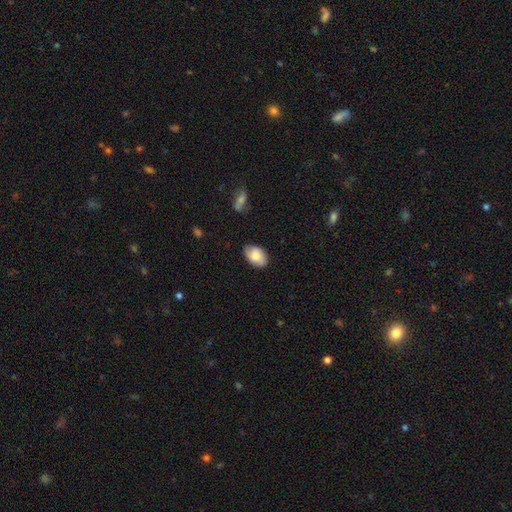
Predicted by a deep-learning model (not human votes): A smooth galaxy with no disk features (74%) that is in between round and cigar-shaped (91%).

Vote fractions:
- Smooth or featured? smooth: 74% / featured or disk: 19% / star or artifact: 7%
- How rounded? in between: 91% / round: 8% / cigar-shaped: 1%
- Merging? none: 78% / minor disturbance: 18% / major disturbance: 3% / merger: 1%